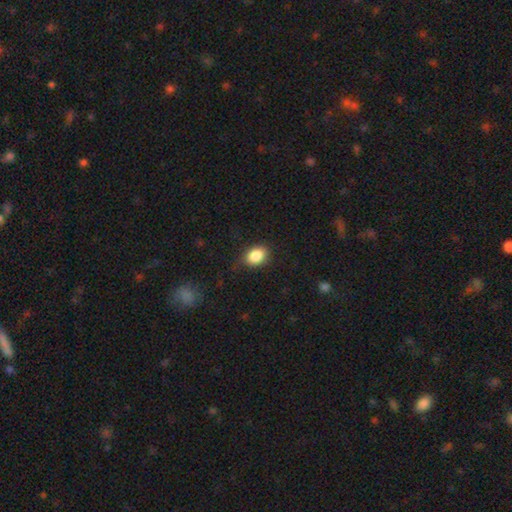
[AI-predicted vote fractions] A smooth galaxy with no disk features (87%) that is in between round and cigar-shaped (73%). Merging: none (76%).